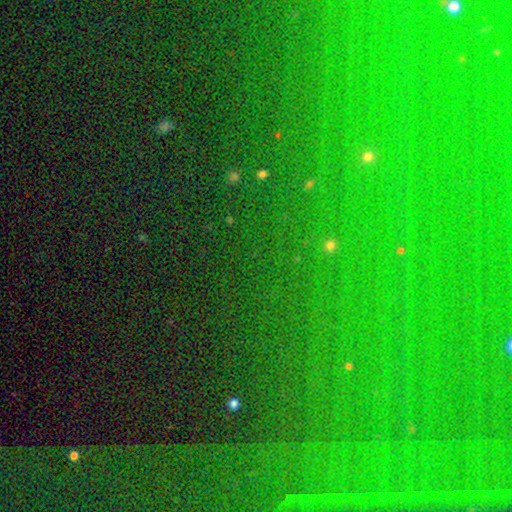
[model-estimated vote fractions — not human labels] Smooth or featured? Predicted: star or artifact (p=0.83).